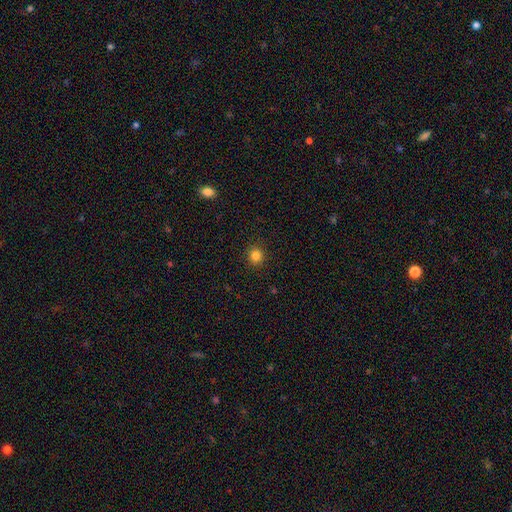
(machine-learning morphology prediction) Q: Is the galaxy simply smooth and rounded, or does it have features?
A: smooth — 83%.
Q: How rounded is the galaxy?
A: round — 90%.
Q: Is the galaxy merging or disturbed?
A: none — 92%.